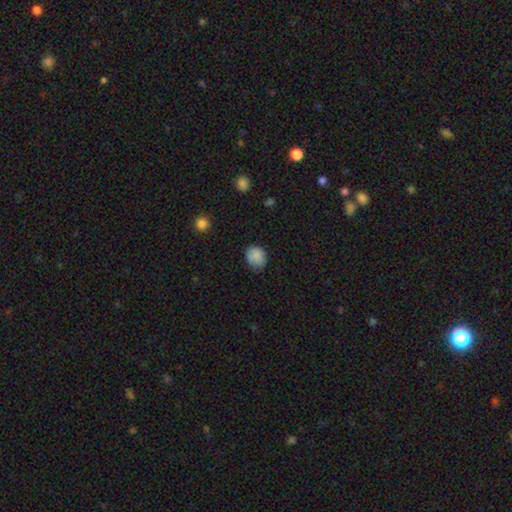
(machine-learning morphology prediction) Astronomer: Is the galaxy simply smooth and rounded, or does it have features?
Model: smooth — 85%.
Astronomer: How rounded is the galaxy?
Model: round — 57% (runner-up: in between, 42%).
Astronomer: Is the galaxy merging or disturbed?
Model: none — 70%.